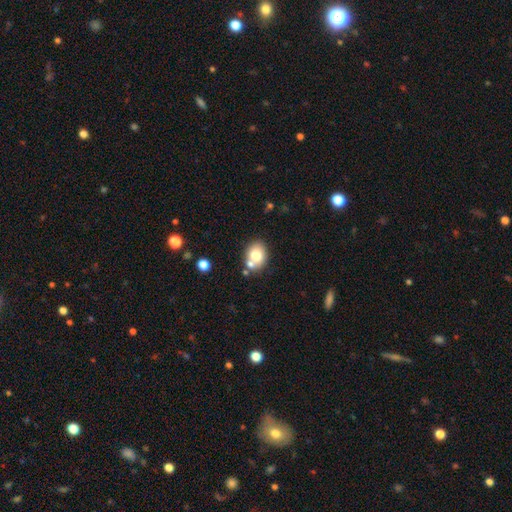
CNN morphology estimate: A smooth galaxy with no disk features (74%) that is in between round and cigar-shaped (52%).

Vote fractions:
- Smooth or featured? smooth: 74% / featured or disk: 16% / star or artifact: 10%
- How rounded? in between: 52% / round: 47% / cigar-shaped: 1%
- Merging? none: 64% / merger: 21% / minor disturbance: 12% / major disturbance: 3%